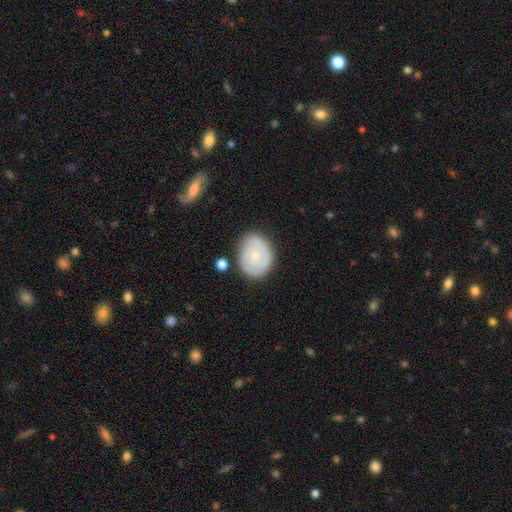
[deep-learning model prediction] Q: Smooth or featured?
A: smooth (47%); runner-up: featured or disk (46%)
Q: Merging?
A: none (72%); runner-up: minor disturbance (20%)